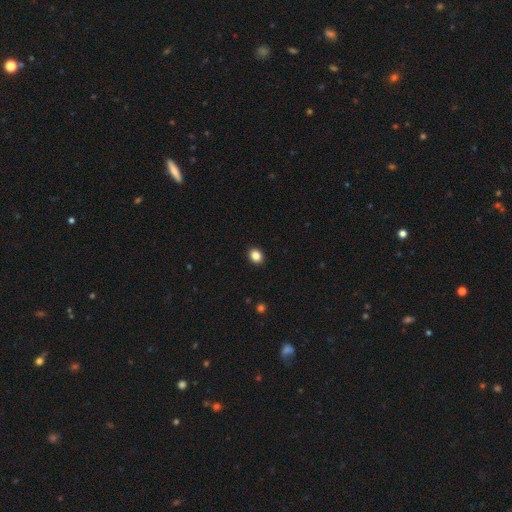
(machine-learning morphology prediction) Smooth or featured: smooth — 86% (star or artifact — 10%)
How rounded: round — 50% (in between — 49%)
Merging: none — 92% (minor disturbance — 6%)